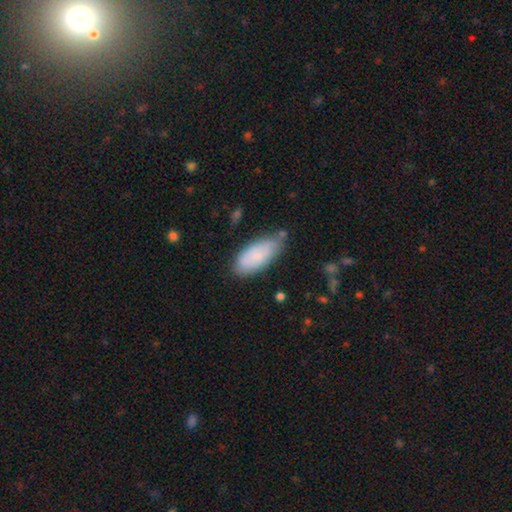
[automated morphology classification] smooth 84%, featured or disk 10%, star or artifact 6%. Down the decision tree: how rounded — in between (87%); merging — none (65%).